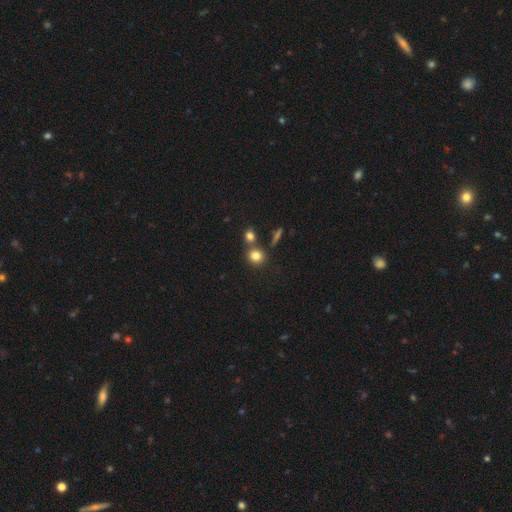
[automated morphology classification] type=smooth (79%); roundness=round (85%); merging=none (66%).